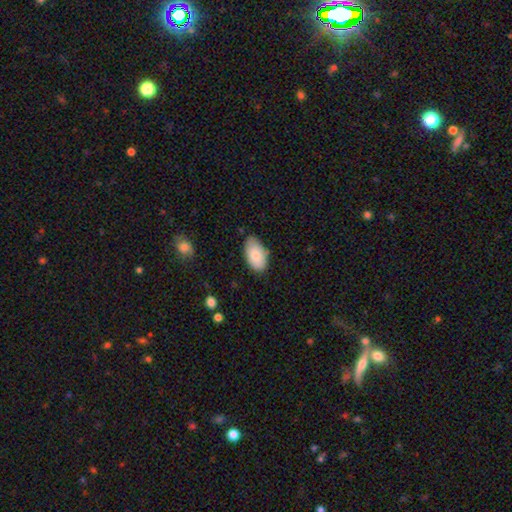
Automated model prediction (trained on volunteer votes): Morphology: type=smooth (82%); roundness=in between (95%); merging=none (76%).